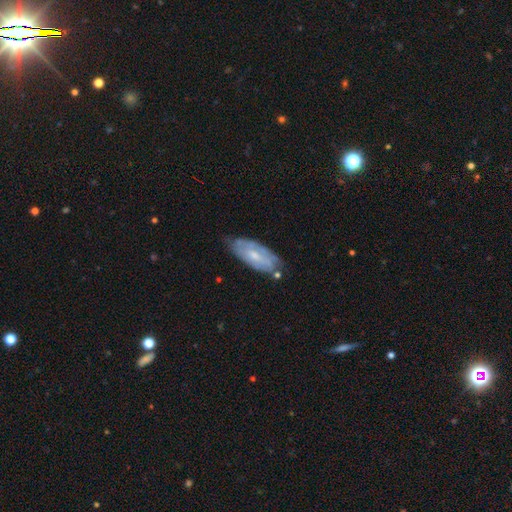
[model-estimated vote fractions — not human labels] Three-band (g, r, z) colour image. It shows a featured or disk galaxy (59%) with no bar (54%), spiral arms (69%) and a small central bulge (55%). Merging: none (66%).